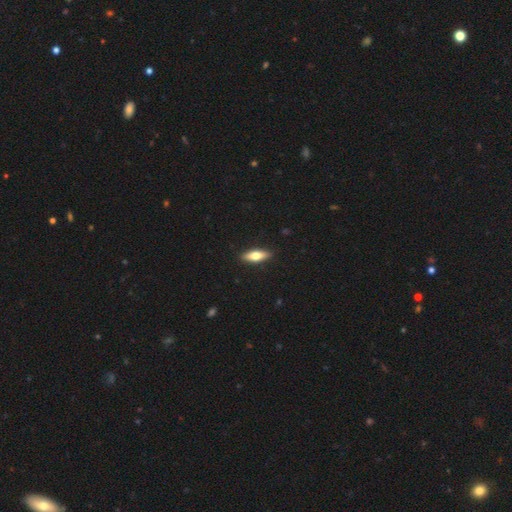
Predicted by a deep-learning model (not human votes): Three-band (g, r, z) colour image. It shows a smooth galaxy with no disk features (59%) that is in between round and cigar-shaped (51%). Merging: none (90%).